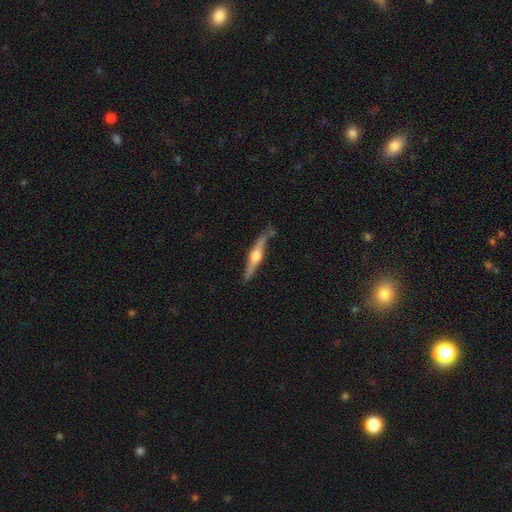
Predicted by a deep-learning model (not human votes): Smooth or featured? featured or disk (71%)
Edge-on disk? yes (97%)
Edge-on bulge? rounded (94%)
Merging? none (79%)